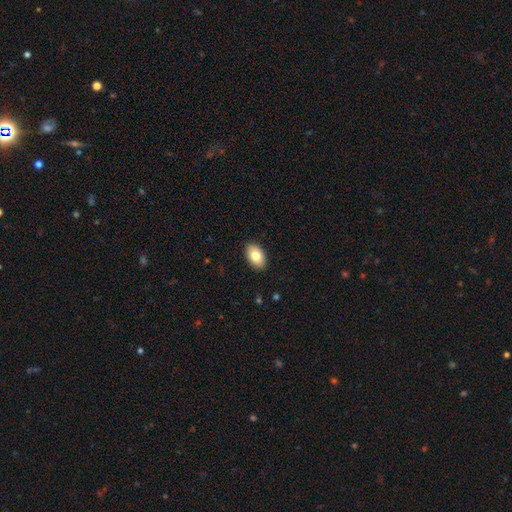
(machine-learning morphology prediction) Smooth or featured? Predicted: smooth (p=0.82). How rounded? Predicted: in between (p=0.92). Merging? Predicted: none (p=0.90).